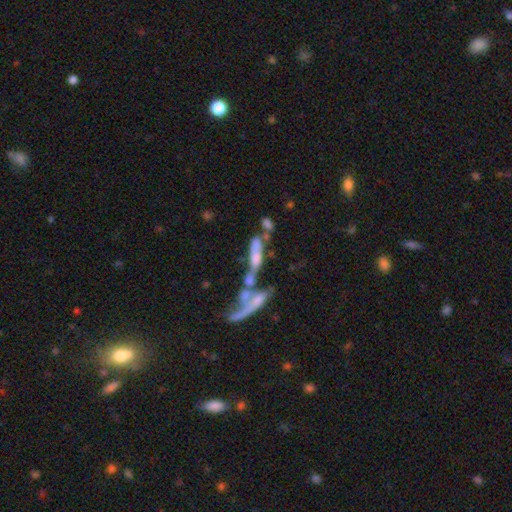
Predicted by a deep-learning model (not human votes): Smooth or featured: smooth — 45% (featured or disk — 43%)
Merging: merger — 62% (major disturbance — 16%)